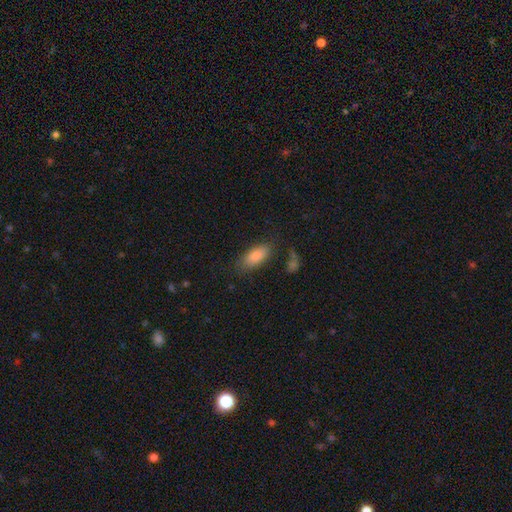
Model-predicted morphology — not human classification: Smooth or featured: smooth — 84% (featured or disk — 8%)
How rounded: in between — 84% (cigar-shaped — 13%)
Merging: none — 77% (minor disturbance — 14%)